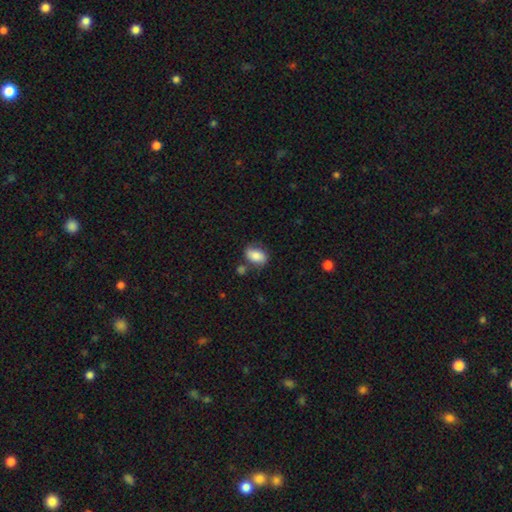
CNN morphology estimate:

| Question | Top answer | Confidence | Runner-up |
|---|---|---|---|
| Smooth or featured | smooth | 79% | featured or disk (13%) |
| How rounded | in between | 88% | round (10%) |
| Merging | none | 64% | minor disturbance (20%) |